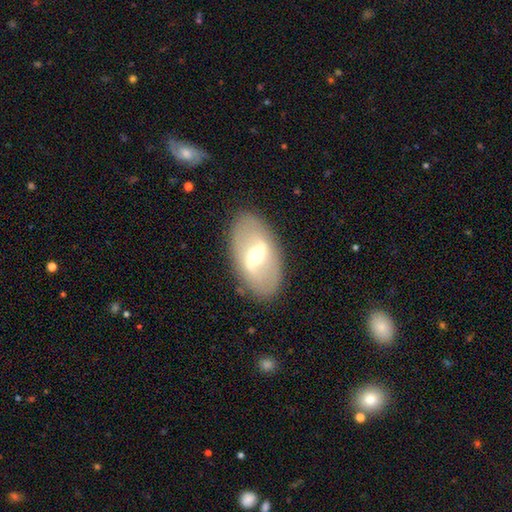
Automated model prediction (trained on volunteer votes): This is likely a featured or disk galaxy (68%). It is clearly not viewed edge-on (84%). Bar: likely strong (61%). Spiral arm pattern: likely no (71%). Central bulge: likely moderate (62%). Merging: clearly none (84%).